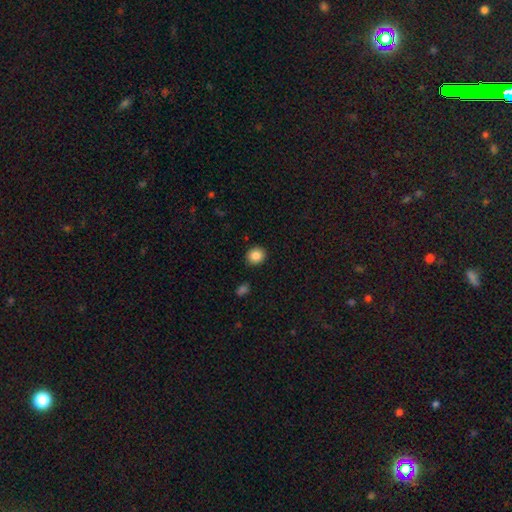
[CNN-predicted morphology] smooth_or_featured: smooth (p=0.86) [alt: star or artifact p=0.09]
how_rounded: round (p=0.80) [alt: in between p=0.19]
merging: none (p=0.90) [alt: minor disturbance p=0.07]